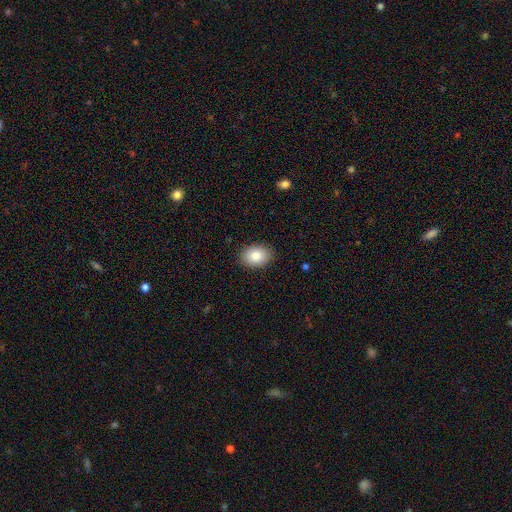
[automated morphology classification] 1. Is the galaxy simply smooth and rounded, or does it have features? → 86% smooth, 7% star or artifact, 7% featured or disk.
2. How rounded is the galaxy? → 78% in between, 21% round, 1% cigar-shaped.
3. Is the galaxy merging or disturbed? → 89% none, 8% minor disturbance, 2% major disturbance, 1% merger.